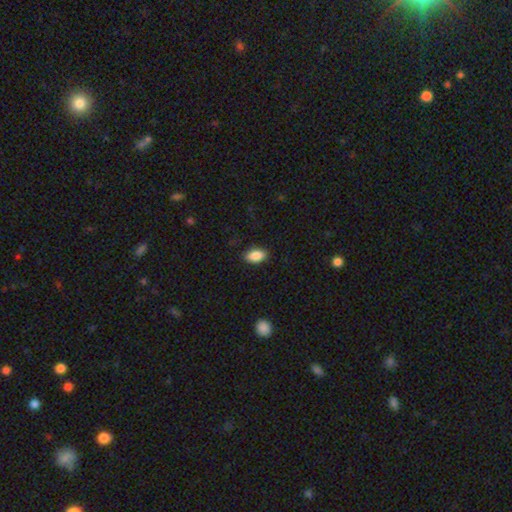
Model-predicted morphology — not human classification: type=smooth (87%); roundness=in between (91%); merging=none (87%).